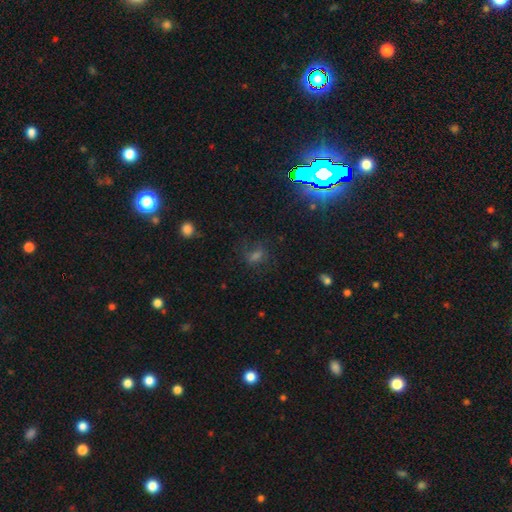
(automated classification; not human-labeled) Smooth or featured? Predicted: star or artifact (p=0.48).